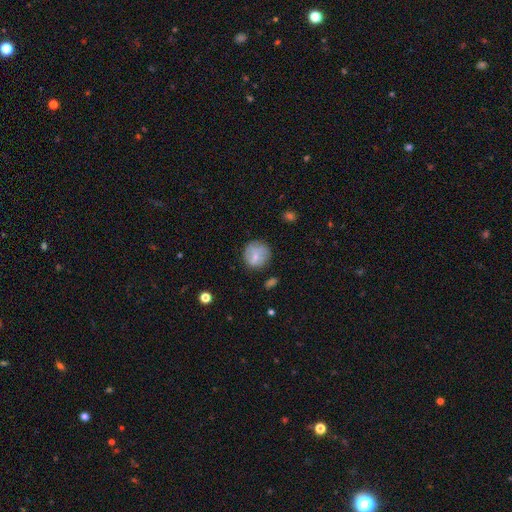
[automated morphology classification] smooth_or_featured: smooth (p=0.67) [alt: featured or disk p=0.25]
how_rounded: round (p=0.85) [alt: in between p=0.14]
merging: none (p=0.69) [alt: minor disturbance p=0.21]